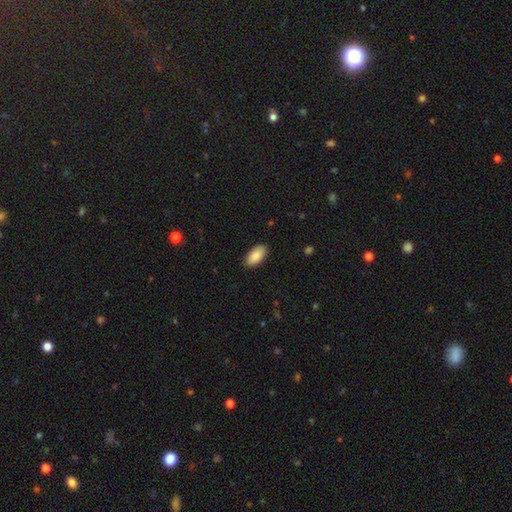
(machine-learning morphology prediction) A smooth galaxy with no disk features (87%) that is in between round and cigar-shaped (94%).

Vote fractions:
- Smooth or featured? smooth: 87% / featured or disk: 7% / star or artifact: 6%
- How rounded? in between: 94% / cigar-shaped: 4% / round: 2%
- Merging? none: 88% / minor disturbance: 9% / major disturbance: 2% / merger: 1%